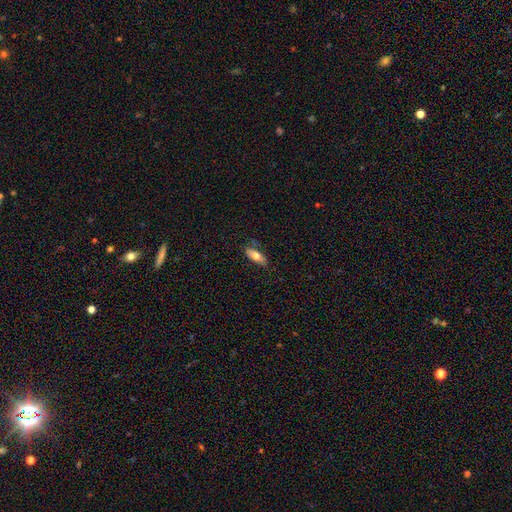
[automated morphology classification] Overall: smooth (69%). How rounded: in between (76%). Merging: none (73%).